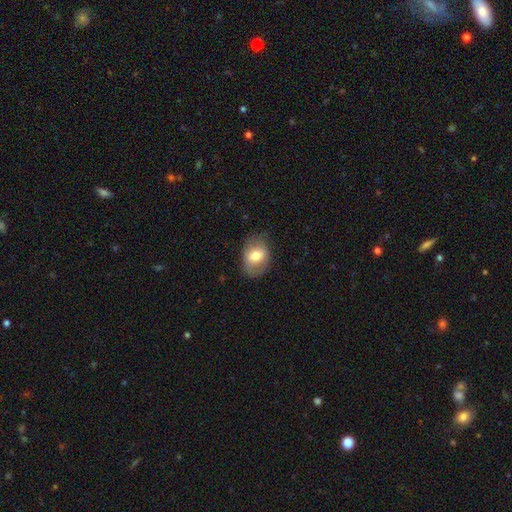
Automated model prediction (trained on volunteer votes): Smooth or featured: smooth — 66% (featured or disk — 26%)
How rounded: in between — 71% (round — 28%)
Merging: none — 73% (minor disturbance — 19%)